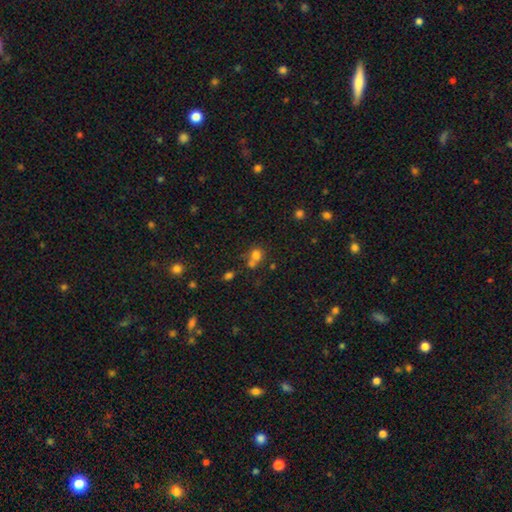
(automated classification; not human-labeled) Smooth or featured?
  - smooth: 73% *
  - star or artifact: 16%
  - featured or disk: 11%
How rounded?
  - round: 76% *
  - in between: 23%
  - cigar-shaped: 1%
Merging?
  - none: 43% *
  - merger: 40%
  - minor disturbance: 11%
  - major disturbance: 6%